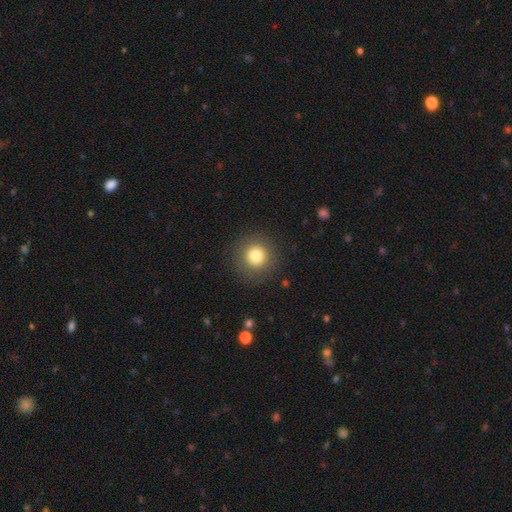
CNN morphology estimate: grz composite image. It shows a smooth galaxy with no disk features (80%) that is round (95%). Merging: none (89%).